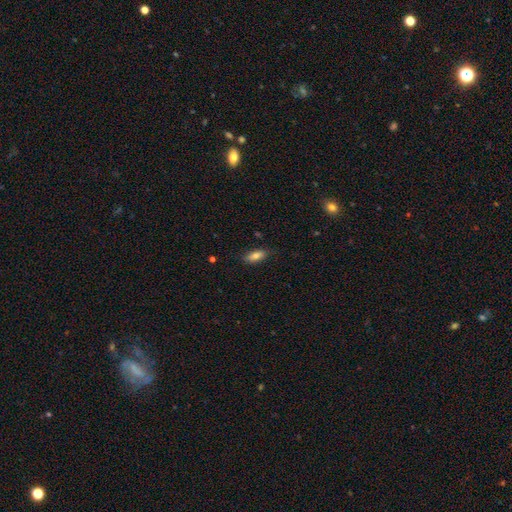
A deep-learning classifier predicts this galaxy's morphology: Smooth or featured? smooth (79%)
How rounded? in between (78%)
Merging? none (82%)